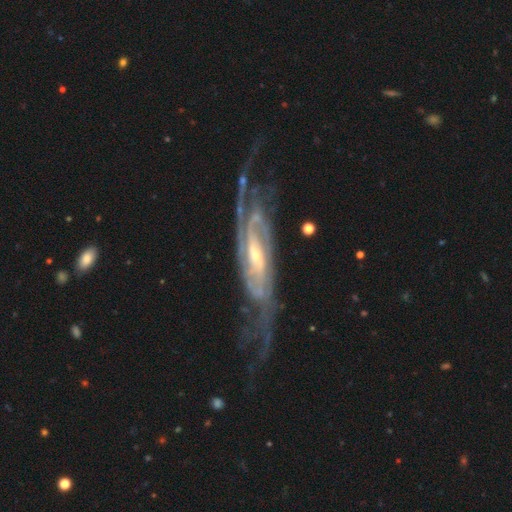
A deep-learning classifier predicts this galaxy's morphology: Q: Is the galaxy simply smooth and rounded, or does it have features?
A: featured or disk — 90%.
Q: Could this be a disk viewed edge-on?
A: no — 85%.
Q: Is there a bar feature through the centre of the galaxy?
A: weak — 41%.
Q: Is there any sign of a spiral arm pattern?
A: yes — 97%.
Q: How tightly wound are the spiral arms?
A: tight — 45%.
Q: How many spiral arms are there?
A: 2 — 56%.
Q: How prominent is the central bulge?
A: small — 56%.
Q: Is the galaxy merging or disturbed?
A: none — 60%.